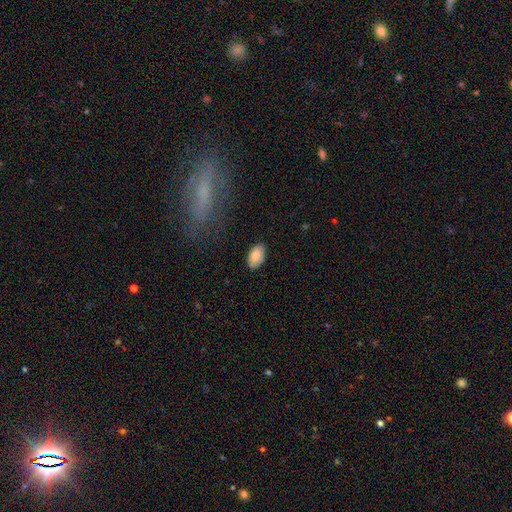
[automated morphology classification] Smooth or featured? Predicted: smooth (p=0.85). How rounded? Predicted: in between (p=0.94). Merging? Predicted: none (p=0.86).